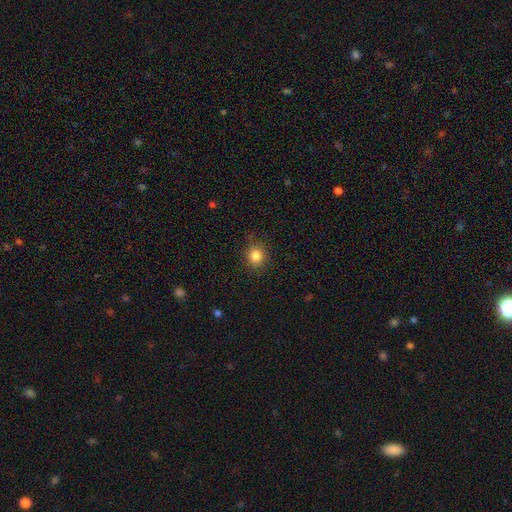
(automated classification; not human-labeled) Smooth or featured: smooth — 84% (star or artifact — 11%)
How rounded: round — 83% (in between — 16%)
Merging: none — 85% (minor disturbance — 11%)